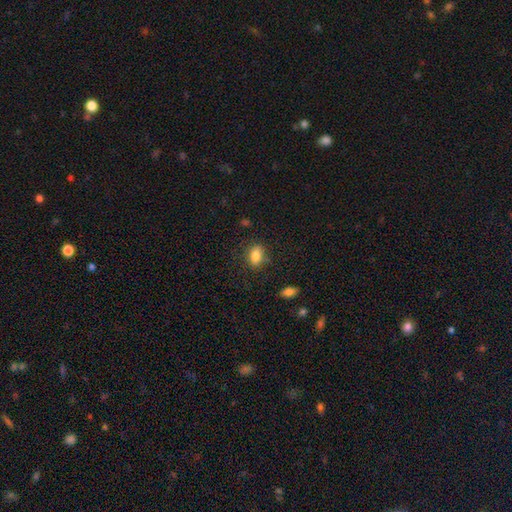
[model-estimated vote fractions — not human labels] The model was most divided on "how rounded": in between: 80%, round: 17%, cigar-shaped: 3%. More confident: smooth or featured — smooth (83%); merging — none (79%).